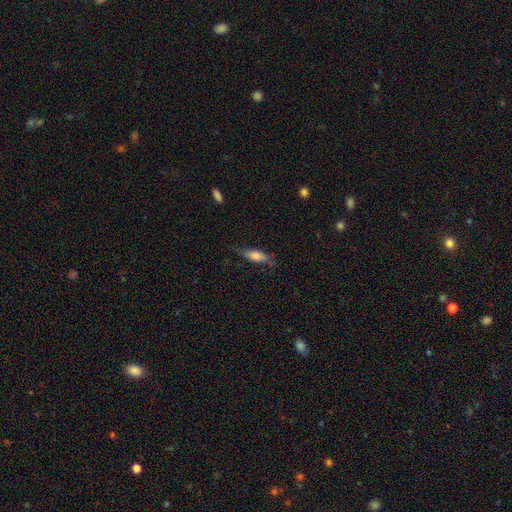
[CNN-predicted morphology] smooth_or_featured: smooth (p=0.59) [alt: featured or disk p=0.34]
how_rounded: in between (p=0.54) [alt: cigar-shaped p=0.43]
merging: none (p=0.67) [alt: minor disturbance p=0.24]